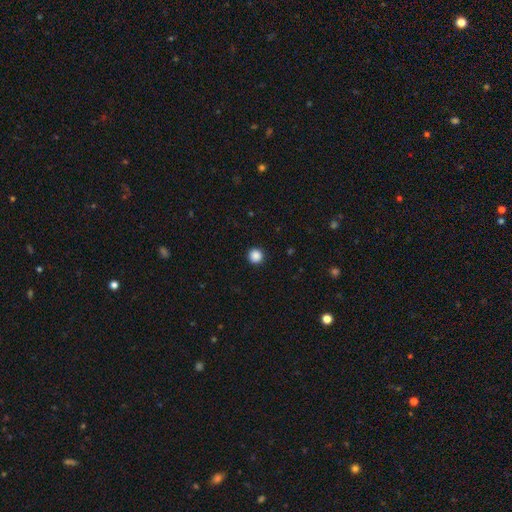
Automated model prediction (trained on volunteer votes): A smooth galaxy with no disk features (87%) that is round (95%). Merging: none (93%).